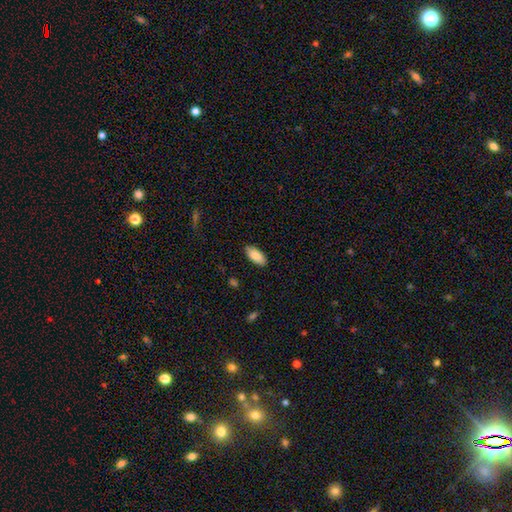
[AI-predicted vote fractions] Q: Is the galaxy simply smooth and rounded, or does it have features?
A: smooth — 85%.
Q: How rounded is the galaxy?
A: in between — 90%.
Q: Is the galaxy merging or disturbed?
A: none — 88%.